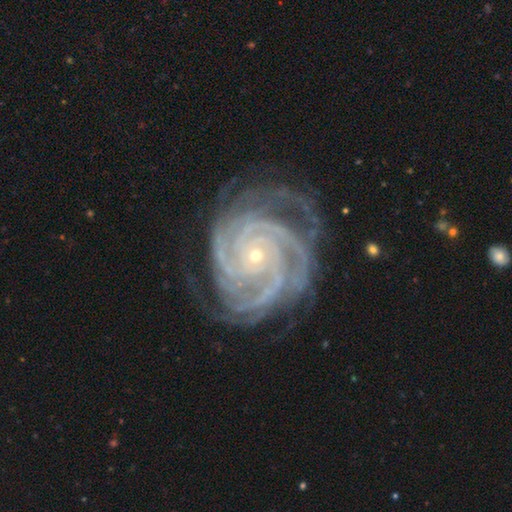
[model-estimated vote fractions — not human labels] Smooth or featured? Predicted: featured or disk (p=0.93). Edge-on disk? Predicted: no (p=0.98). Bar? Predicted: no (p=0.75). Spiral arms? Predicted: yes (p=0.99). Spiral winding? Predicted: tight (p=0.78). Spiral arm count? Predicted: 4 (p=0.30). Bulge size? Predicted: small (p=0.81). Merging? Predicted: none (p=0.71).